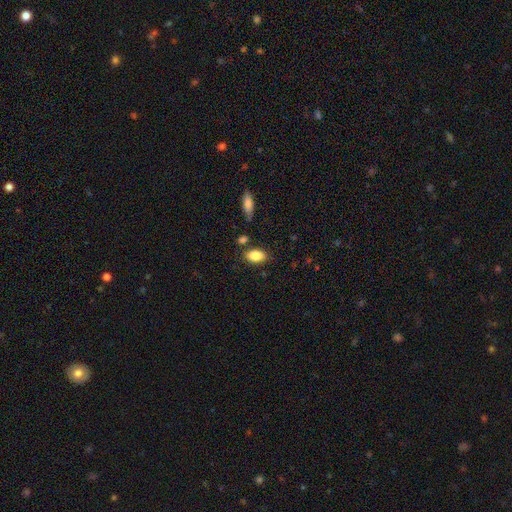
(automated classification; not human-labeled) This is clearly a smooth galaxy (84%). How rounded: clearly in between (91%). Merging: likely none (79%).